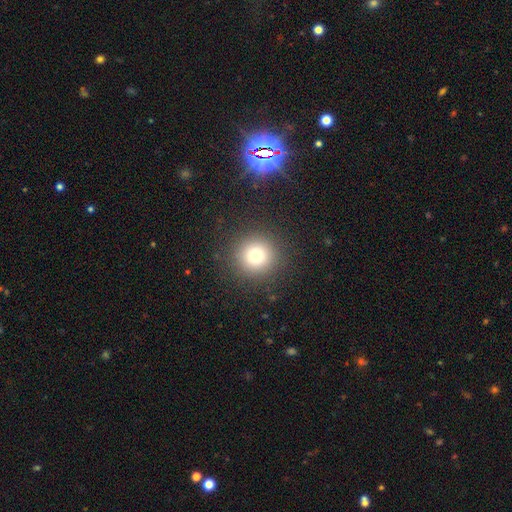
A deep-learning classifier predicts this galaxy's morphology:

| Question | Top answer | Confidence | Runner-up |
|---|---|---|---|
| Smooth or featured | smooth | 76% | star or artifact (14%) |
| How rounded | round | 95% | in between (4%) |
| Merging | none | 90% | minor disturbance (6%) |